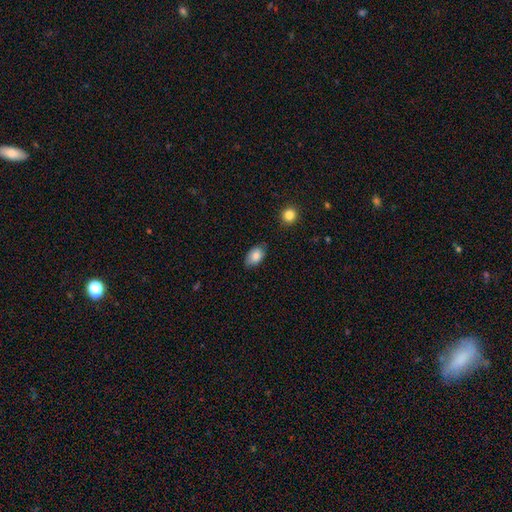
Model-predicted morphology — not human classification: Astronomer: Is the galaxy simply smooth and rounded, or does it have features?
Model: smooth — 85%.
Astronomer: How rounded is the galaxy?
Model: in between — 88%.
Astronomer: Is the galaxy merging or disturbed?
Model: none — 73%.